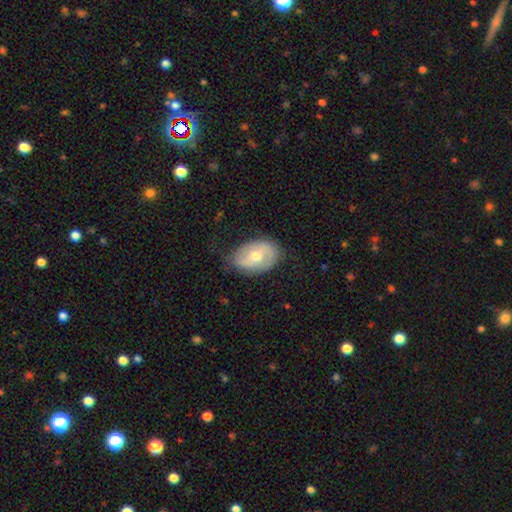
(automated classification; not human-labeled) A featured or disk galaxy (48%). Merging: none (68%).